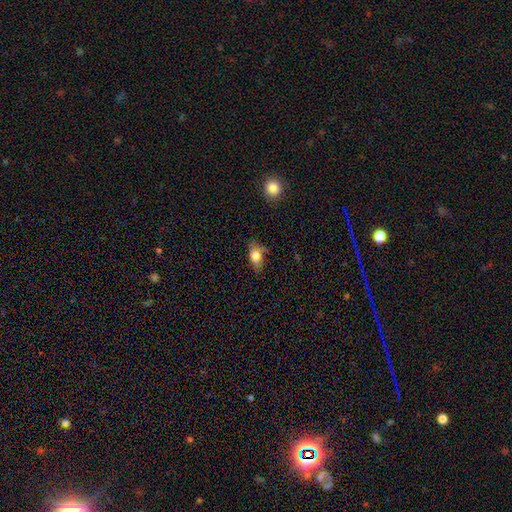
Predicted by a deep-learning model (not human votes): Smooth or featured?
  - smooth: 76% *
  - featured or disk: 15%
  - star or artifact: 9%
How rounded?
  - in between: 82% *
  - round: 10%
  - cigar-shaped: 8%
Merging?
  - none: 67% *
  - minor disturbance: 23%
  - major disturbance: 6%
  - merger: 4%